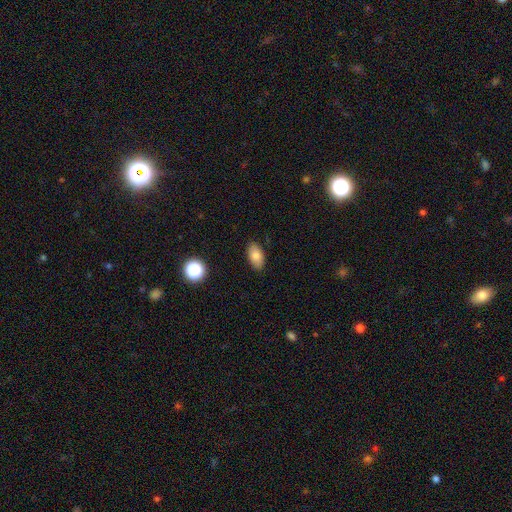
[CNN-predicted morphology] A smooth galaxy with no disk features (81%) that is in between round and cigar-shaped (92%). Merging: none (87%).